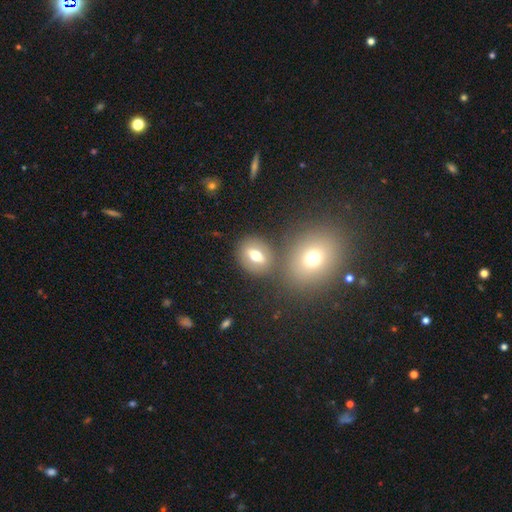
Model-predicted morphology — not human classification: This appears to be a smooth galaxy with no disk features (61%) that is in between round and cigar-shaped (61%). Merging: none (68%).